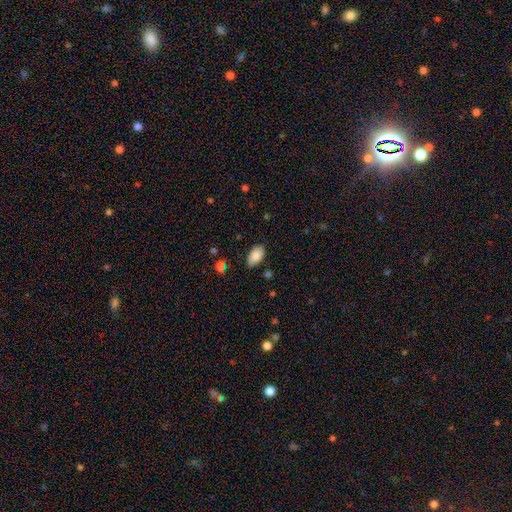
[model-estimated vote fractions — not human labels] Smooth or featured: smooth — 85% (featured or disk — 8%)
How rounded: in between — 95% (round — 4%)
Merging: none — 85% (minor disturbance — 11%)